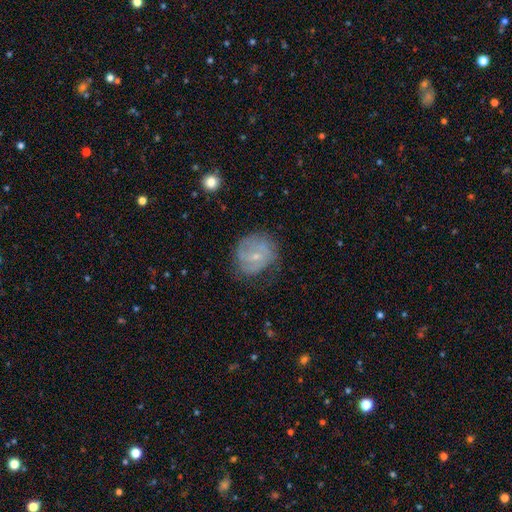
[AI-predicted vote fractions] smooth_or_featured: featured or disk (p=0.60) [alt: smooth p=0.32]
disk_edge_on: no (p=0.97) [alt: yes p=0.03]
bar: no (p=0.54) [alt: weak p=0.38]
has_spiral_arms: yes (p=0.77) [alt: no p=0.23]
bulge_size: small (p=0.73) [alt: moderate p=0.22]
merging: none (p=0.61) [alt: minor disturbance p=0.26]